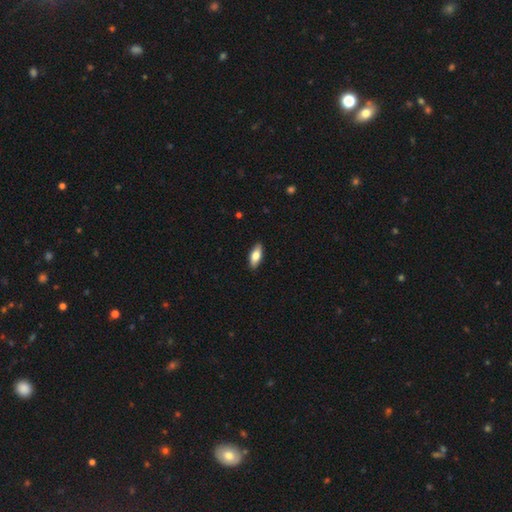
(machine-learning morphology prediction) Q: Smooth or featured?
A: smooth (76%); runner-up: featured or disk (18%)
Q: How rounded?
A: in between (79%); runner-up: cigar-shaped (18%)
Q: Merging?
A: none (90%); runner-up: minor disturbance (8%)